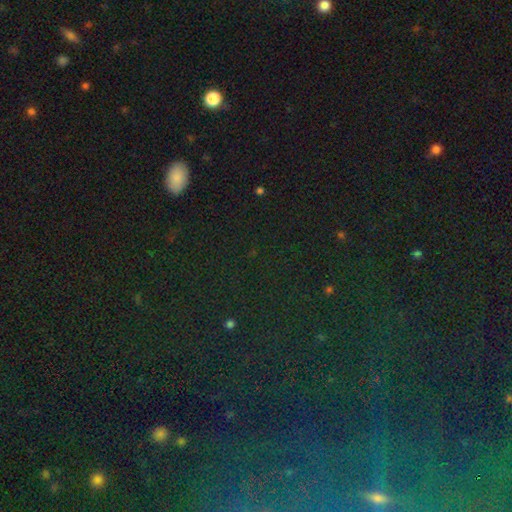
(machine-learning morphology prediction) Smooth or featured? Predicted: star or artifact (p=0.72).